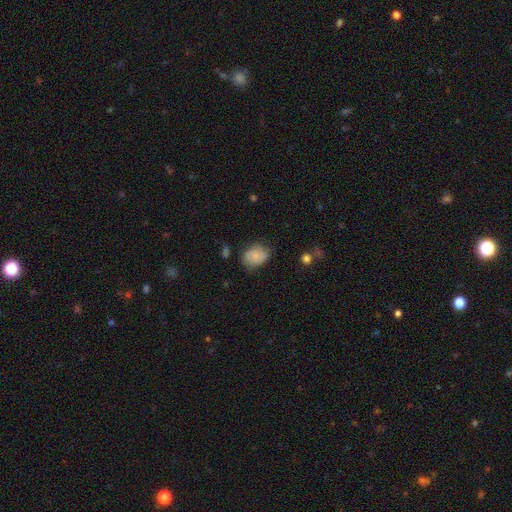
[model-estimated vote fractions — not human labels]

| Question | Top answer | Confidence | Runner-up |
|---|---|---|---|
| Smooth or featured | smooth | 55% | featured or disk (37%) |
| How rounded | in between | 60% | round (39%) |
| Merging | none | 66% | minor disturbance (25%) |